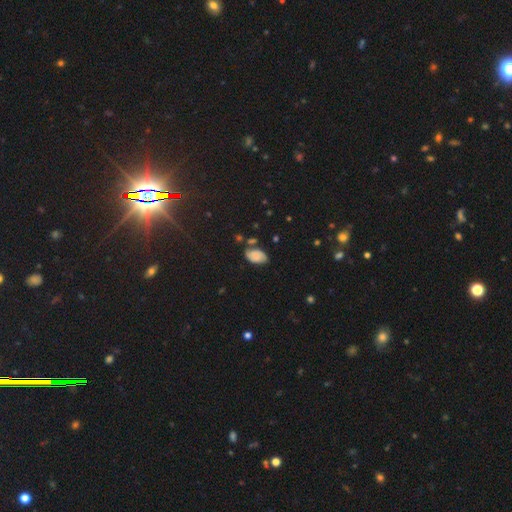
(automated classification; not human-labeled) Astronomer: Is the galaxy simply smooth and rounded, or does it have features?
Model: smooth — 70%.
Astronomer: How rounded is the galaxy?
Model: in between — 92%.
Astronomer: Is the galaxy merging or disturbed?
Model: none — 61%.